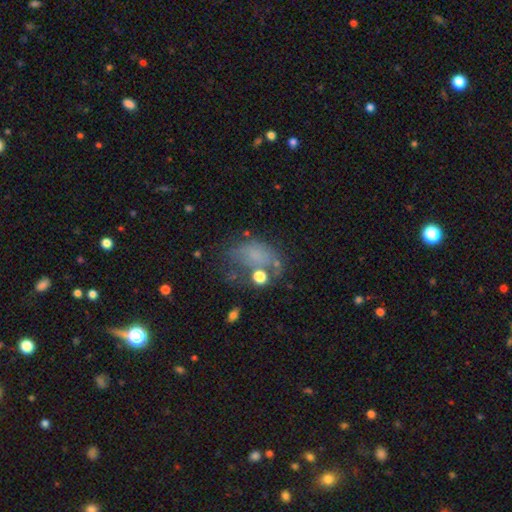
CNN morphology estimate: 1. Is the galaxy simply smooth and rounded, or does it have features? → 52% smooth, 30% featured or disk, 18% star or artifact.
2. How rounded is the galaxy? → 78% in between, 21% round, 2% cigar-shaped.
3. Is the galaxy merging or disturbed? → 35% major disturbance, 31% none, 24% minor disturbance, 11% merger.